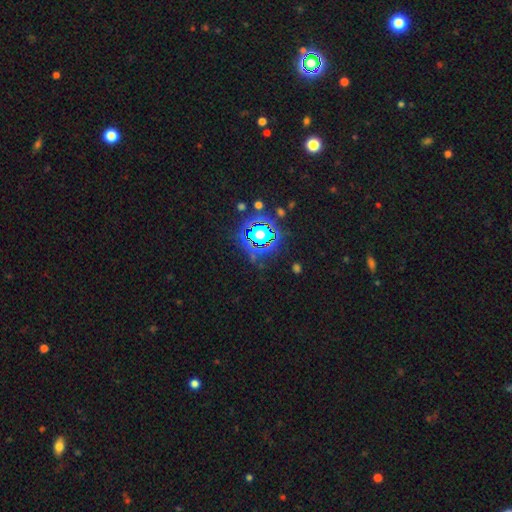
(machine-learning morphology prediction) This appears to be a star or artifact, not a galaxy (79%).